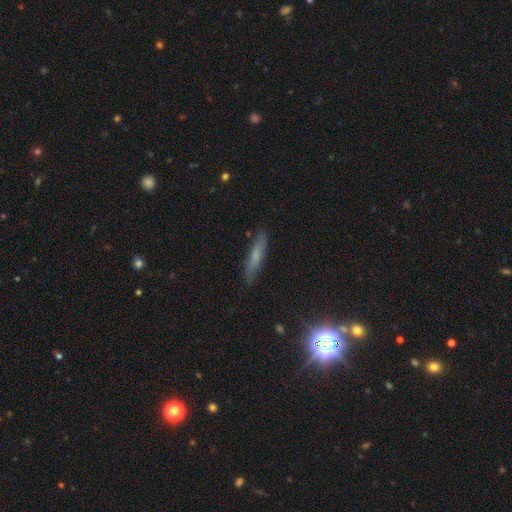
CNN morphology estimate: smooth 59%, featured or disk 30%, star or artifact 11%. Down the decision tree: how rounded — cigar-shaped (84%); merging — none (81%).